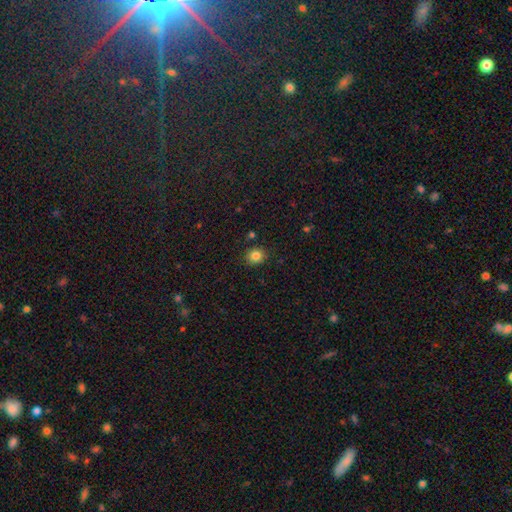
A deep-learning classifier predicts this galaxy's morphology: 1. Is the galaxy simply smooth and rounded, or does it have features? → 83% smooth, 12% star or artifact, 5% featured or disk.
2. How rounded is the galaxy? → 76% round, 23% in between, 1% cigar-shaped.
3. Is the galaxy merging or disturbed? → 87% none, 9% minor disturbance, 2% major disturbance, 2% merger.